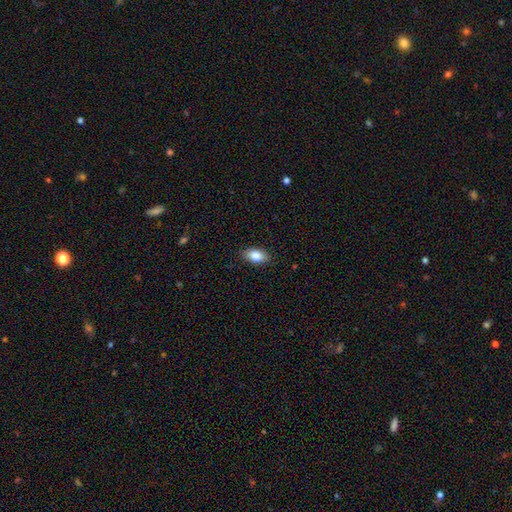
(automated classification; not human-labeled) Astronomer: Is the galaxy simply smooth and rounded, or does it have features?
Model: smooth — 83%.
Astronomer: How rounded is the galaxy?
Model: in between — 91%.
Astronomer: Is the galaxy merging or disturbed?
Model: none — 87%.